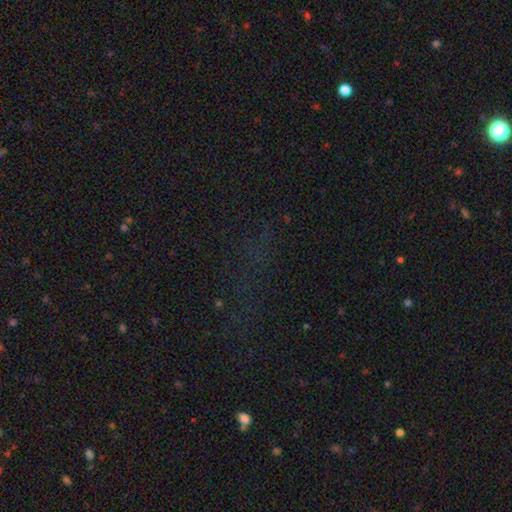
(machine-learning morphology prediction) smooth-or-featured: star or artifact: 68% | smooth: 20% | featured or disk: 12%